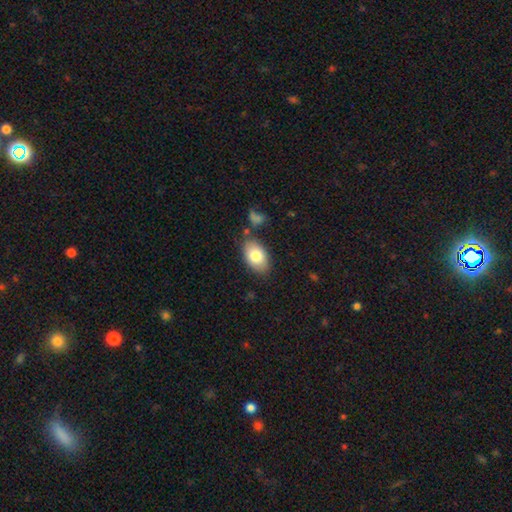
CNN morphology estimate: Smooth or featured? Predicted: smooth (p=0.80). How rounded? Predicted: in between (p=0.90). Merging? Predicted: none (p=0.79).